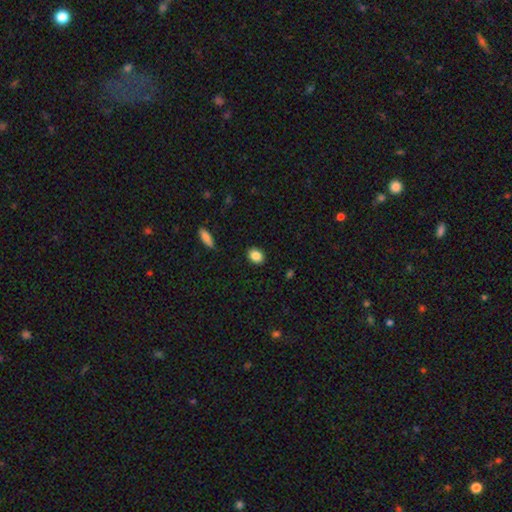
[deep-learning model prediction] This appears to be a smooth galaxy with no disk features (87%) that is in between round and cigar-shaped (58%). Merging: none (89%).